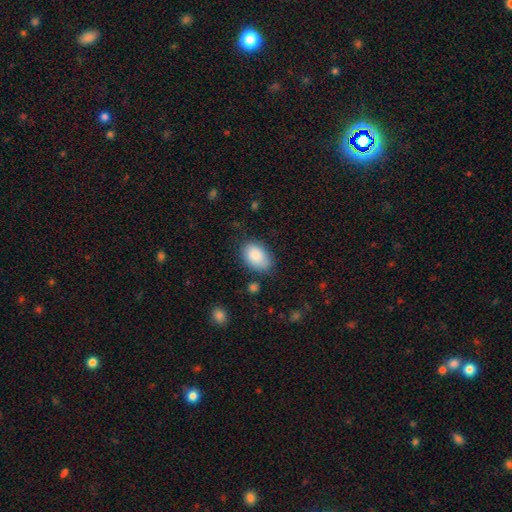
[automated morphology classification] type=smooth (87%); roundness=in between (89%); merging=none (75%).